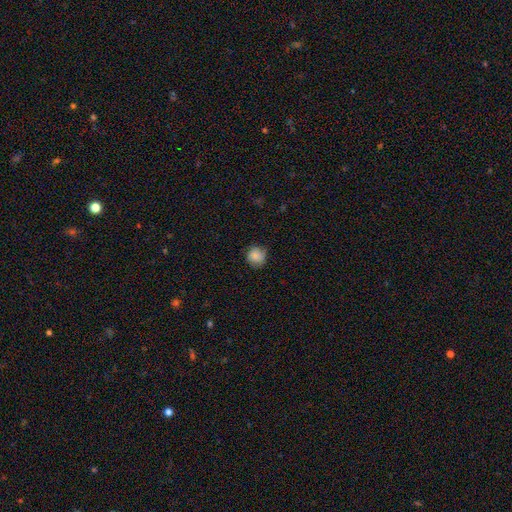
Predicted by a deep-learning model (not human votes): Smooth or featured?
  - smooth: 81% *
  - featured or disk: 10%
  - star or artifact: 8%
How rounded?
  - round: 88% *
  - in between: 11%
  - cigar-shaped: 1%
Merging?
  - none: 75% *
  - minor disturbance: 20%
  - major disturbance: 4%
  - merger: 1%